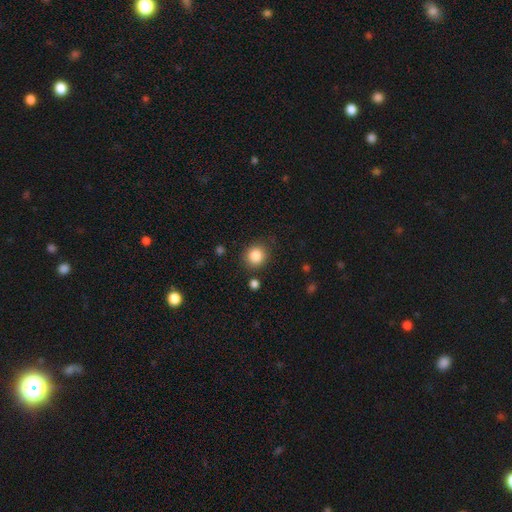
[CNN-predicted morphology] Smooth or featured?
  - smooth: 86% *
  - star or artifact: 10%
  - featured or disk: 4%
How rounded?
  - round: 85% *
  - in between: 14%
  - cigar-shaped: 1%
Merging?
  - none: 84% *
  - minor disturbance: 9%
  - merger: 3%
  - major disturbance: 3%